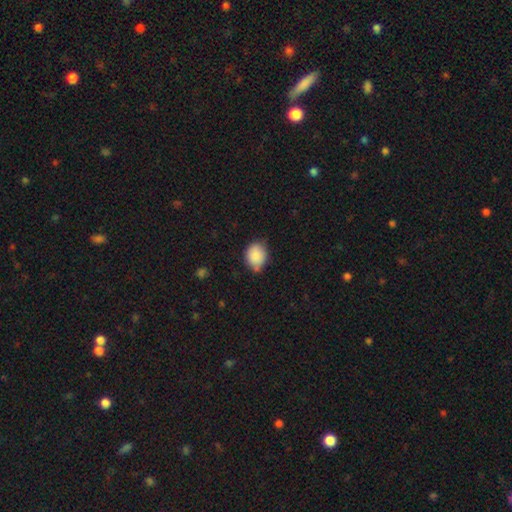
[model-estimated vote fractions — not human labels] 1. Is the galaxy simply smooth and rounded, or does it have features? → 86% smooth, 8% star or artifact, 6% featured or disk.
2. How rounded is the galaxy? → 55% round, 44% in between, 1% cigar-shaped.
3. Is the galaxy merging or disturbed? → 67% none, 25% minor disturbance, 4% major disturbance, 4% merger.